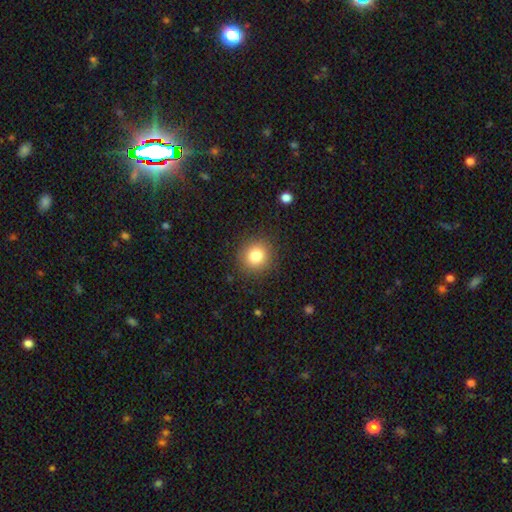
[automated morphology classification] type=smooth (82%); roundness=round (89%); merging=none (88%).